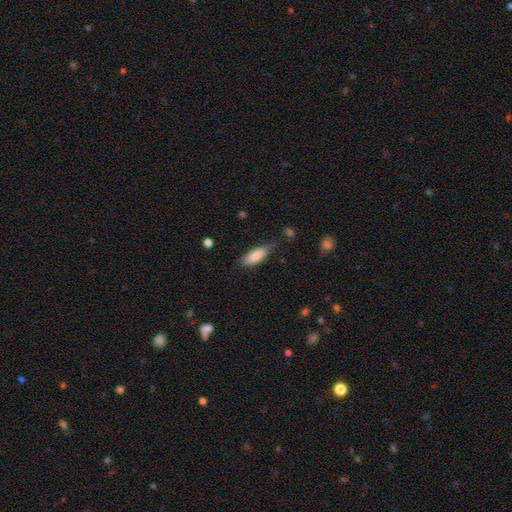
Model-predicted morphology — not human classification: Smooth or featured? smooth (85%)
How rounded? in between (69%)
Merging? none (69%)